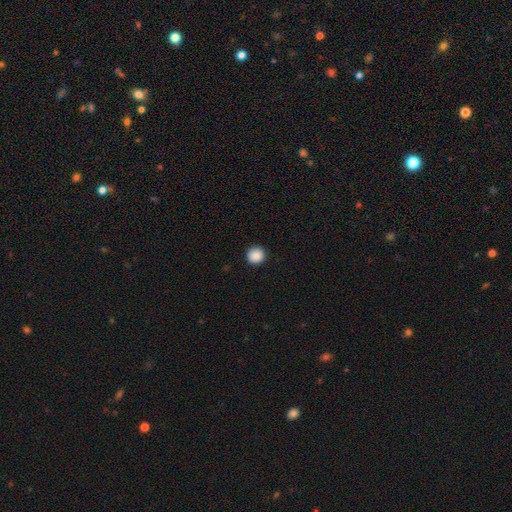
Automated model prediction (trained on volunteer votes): This appears to be a smooth galaxy with no disk features (89%) that is round (94%). Merging: none (93%).